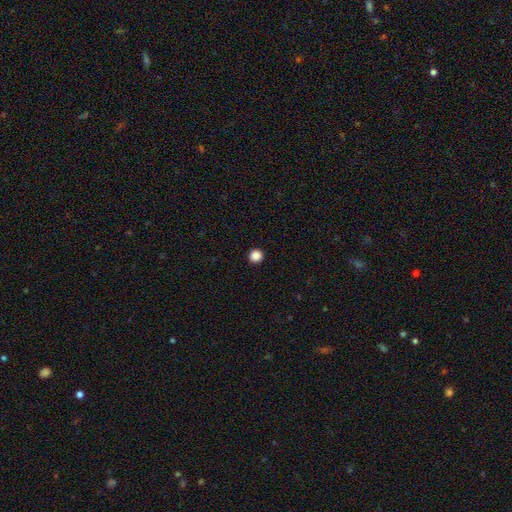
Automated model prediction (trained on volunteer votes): Smooth or featured? Predicted: smooth (p=0.87). How rounded? Predicted: round (p=0.96). Merging? Predicted: none (p=0.94).